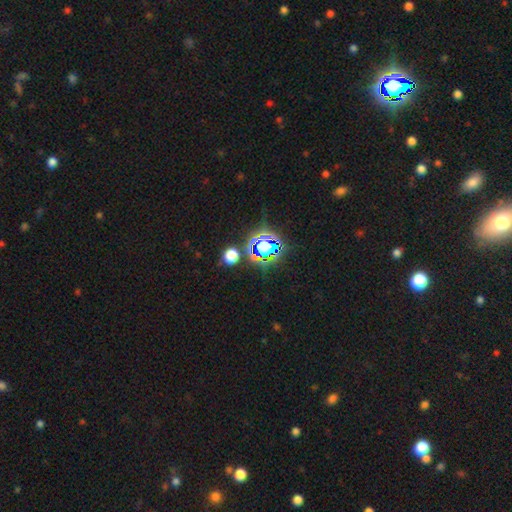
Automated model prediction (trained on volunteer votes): Smooth or featured: star or artifact — 76% (smooth — 17%)